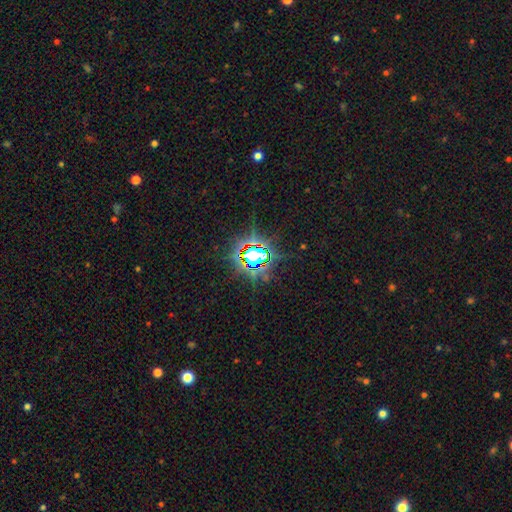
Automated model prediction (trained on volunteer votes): This is likely a star or artifact rather than a galaxy (80%).